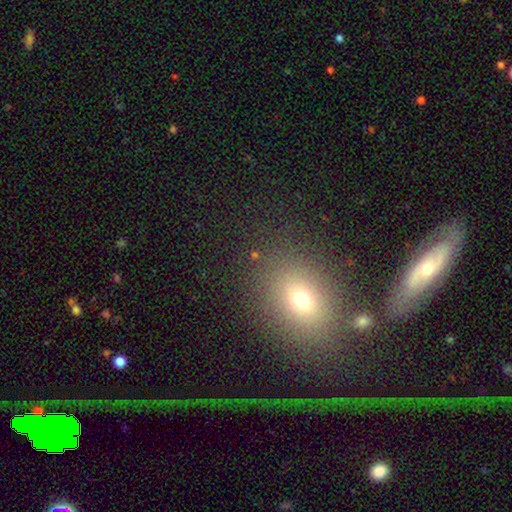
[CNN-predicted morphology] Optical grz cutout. It shows a smooth galaxy with no disk features (62%) that is round (50%). Merging: none (82%).